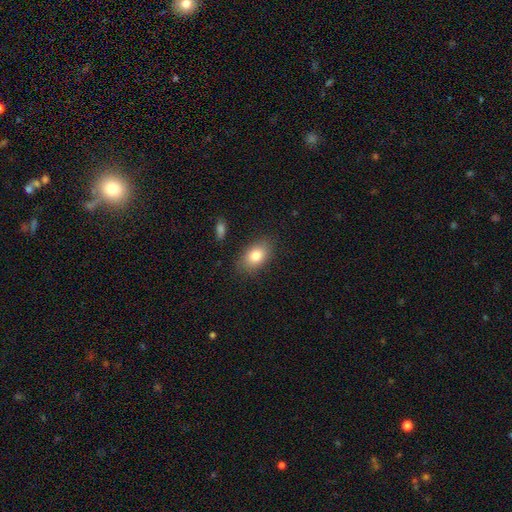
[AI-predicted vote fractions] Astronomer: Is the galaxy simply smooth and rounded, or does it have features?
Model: smooth — 81%.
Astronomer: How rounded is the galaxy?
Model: in between — 86%.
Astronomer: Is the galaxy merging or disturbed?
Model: none — 82%.